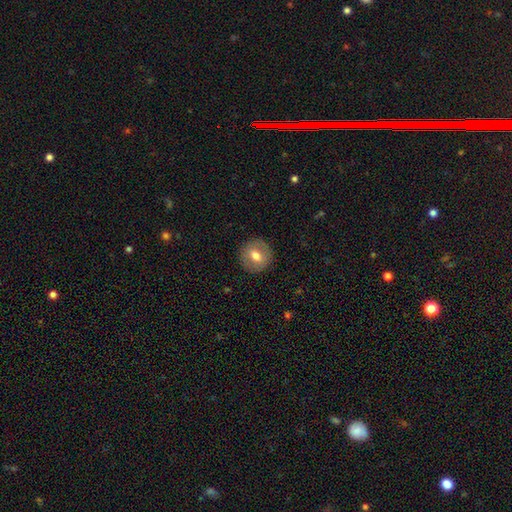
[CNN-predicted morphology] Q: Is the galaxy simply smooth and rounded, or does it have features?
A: smooth — 68%.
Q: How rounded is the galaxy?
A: round — 91%.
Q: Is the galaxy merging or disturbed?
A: none — 90%.